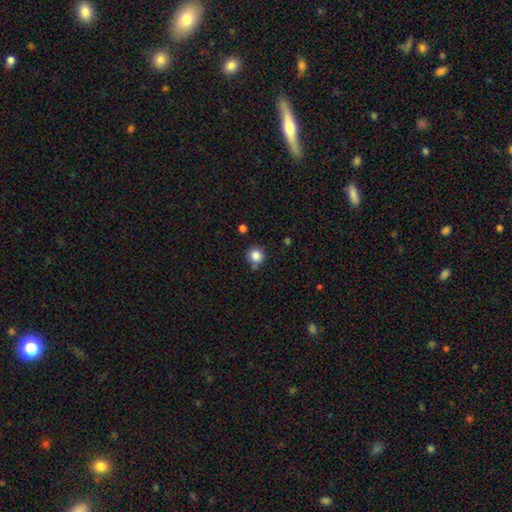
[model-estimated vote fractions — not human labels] Morphology: type=smooth (85%); roundness=round (92%); merging=none (77%).